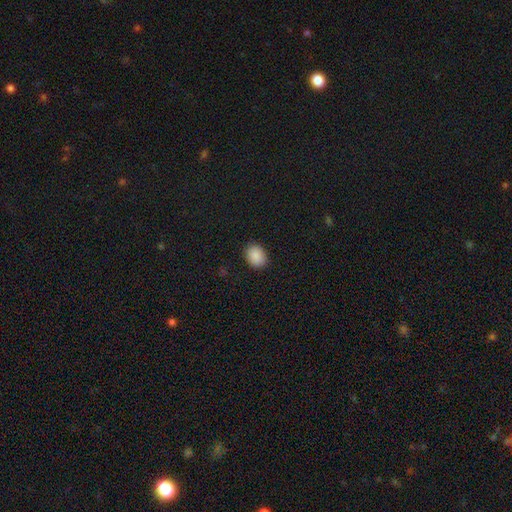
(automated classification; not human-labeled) smooth-or-featured: smooth: 89% | star or artifact: 8% | featured or disk: 3%
  how-rounded: in between: 61% | round: 38% | cigar-shaped: 1%
  merging: none: 89% | minor disturbance: 8% | major disturbance: 2% | merger: 1%